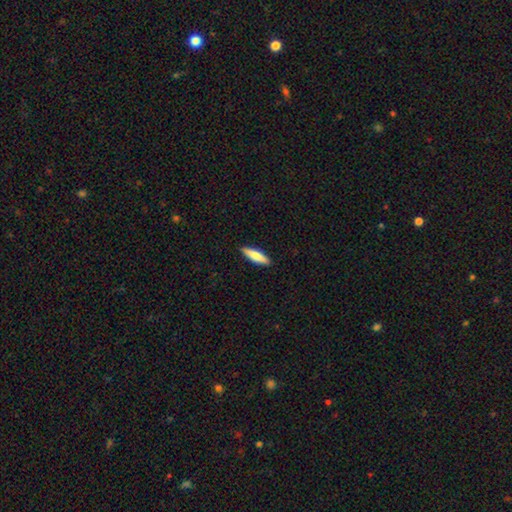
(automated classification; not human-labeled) A smooth galaxy with no disk features (72%) that is cigar-shaped (66%). Merging: none (90%).